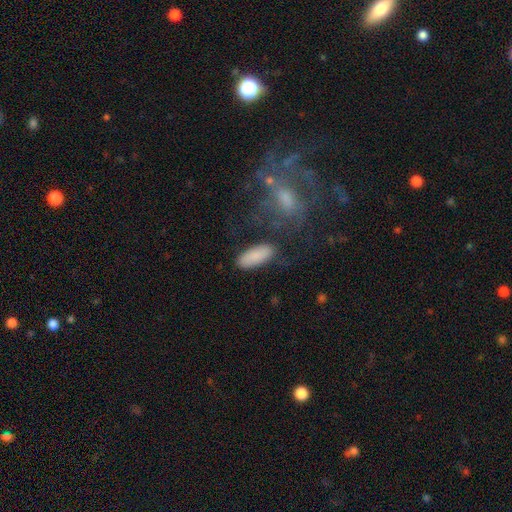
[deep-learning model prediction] A smooth galaxy with no disk features (86%) that is in between round and cigar-shaped (78%). Merging: none (77%).